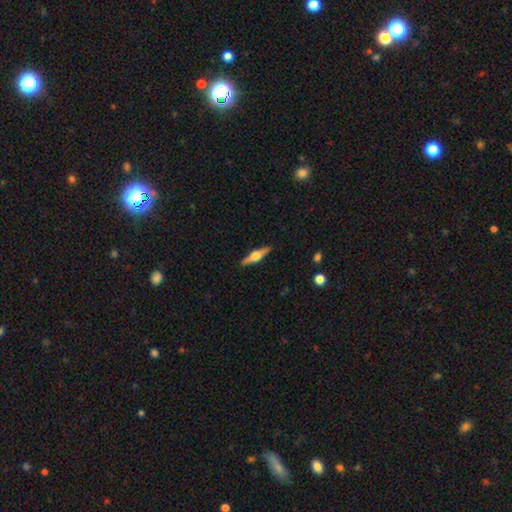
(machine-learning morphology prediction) Smooth or featured?
  - featured or disk: 71% *
  - smooth: 23%
  - star or artifact: 5%
Edge-on disk?
  - yes: 98% *
  - no: 2%
Edge-on bulge?
  - rounded: 93% *
  - boxy: 5%
  - none: 2%
Merging?
  - none: 90% *
  - minor disturbance: 7%
  - major disturbance: 2%
  - merger: 1%